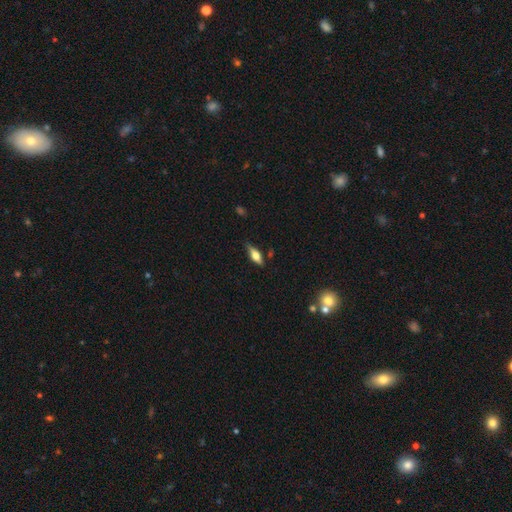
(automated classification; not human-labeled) smooth_or_featured: smooth (p=0.47) [alt: featured or disk p=0.46]
merging: none (p=0.77) [alt: minor disturbance p=0.17]